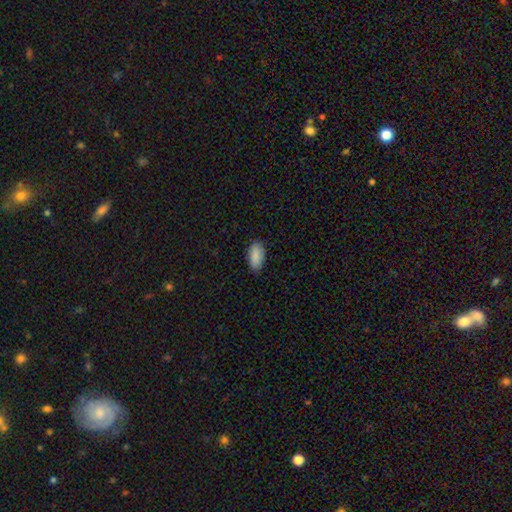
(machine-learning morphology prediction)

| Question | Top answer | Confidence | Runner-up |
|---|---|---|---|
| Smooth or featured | smooth | 88% | star or artifact (6%) |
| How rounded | in between | 93% | cigar-shaped (4%) |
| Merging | none | 84% | minor disturbance (12%) |